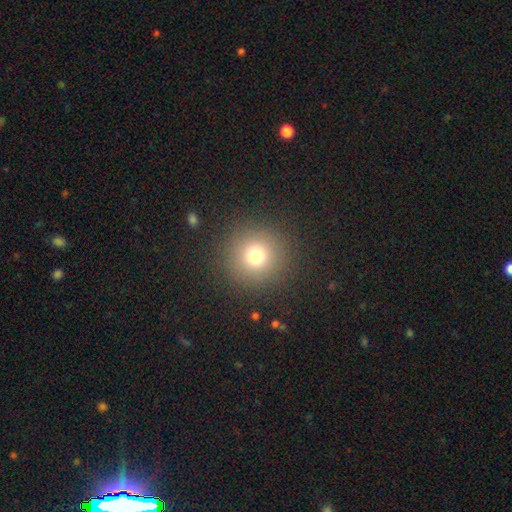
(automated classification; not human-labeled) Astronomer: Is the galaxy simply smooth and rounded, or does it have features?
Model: smooth — 73%.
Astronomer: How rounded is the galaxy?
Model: round — 95%.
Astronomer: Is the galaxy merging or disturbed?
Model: none — 90%.